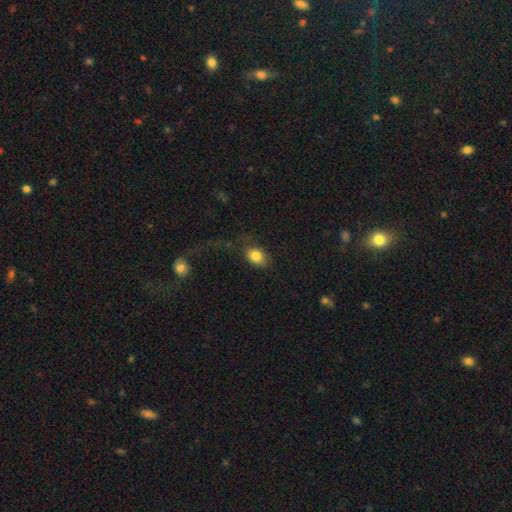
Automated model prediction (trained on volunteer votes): smooth 82%, star or artifact 9%, featured or disk 8%. Down the decision tree: how rounded — in between (69%); merging — none (64%).